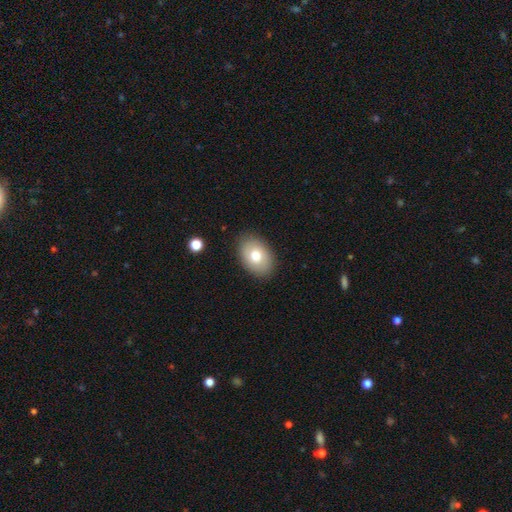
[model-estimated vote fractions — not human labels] Morphology: type=smooth (74%); roundness=in between (83%); merging=none (86%).